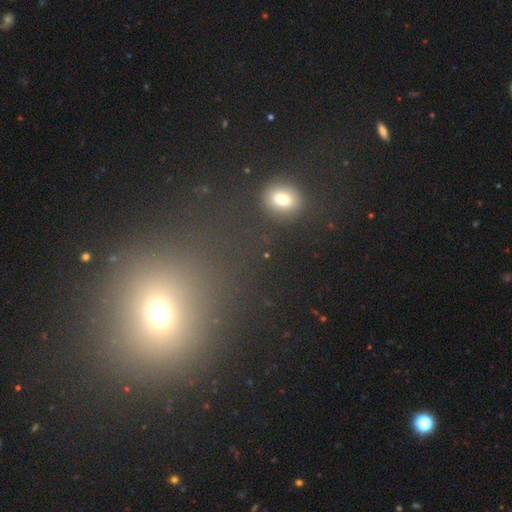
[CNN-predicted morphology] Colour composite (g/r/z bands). It shows a smooth galaxy with no disk features (50%) that is round (77%). Merging: none (74%).